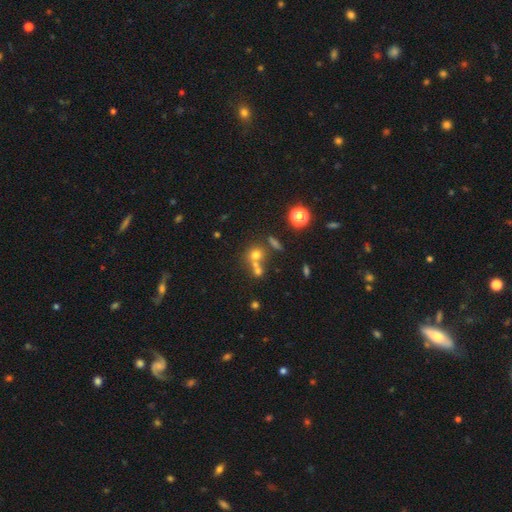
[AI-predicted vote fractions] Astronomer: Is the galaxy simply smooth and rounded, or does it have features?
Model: smooth — 54%.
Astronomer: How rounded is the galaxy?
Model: round — 80%.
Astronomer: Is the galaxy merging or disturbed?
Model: none — 45% (runner-up: merger, 42%).